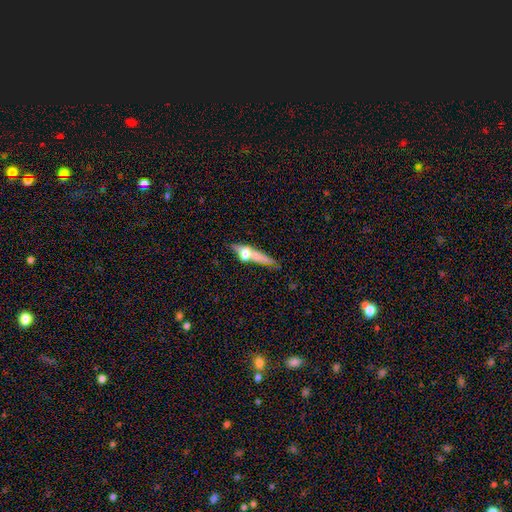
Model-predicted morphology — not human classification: Overall: featured or disk (47%; smooth 44%). Merging: none (46%; merger 24%).